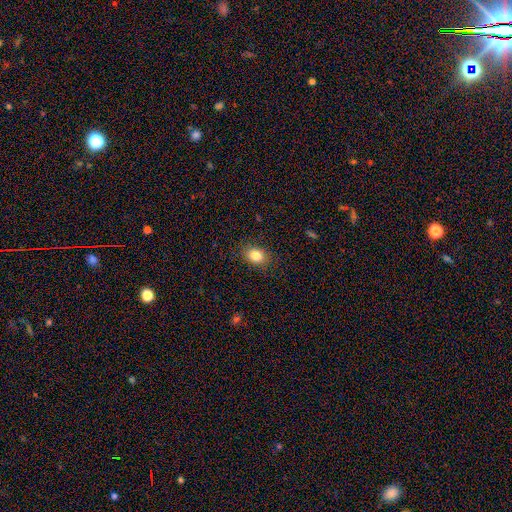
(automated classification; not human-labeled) Smooth or featured: smooth — 84% (star or artifact — 10%)
How rounded: in between — 62% (round — 37%)
Merging: none — 86% (minor disturbance — 10%)